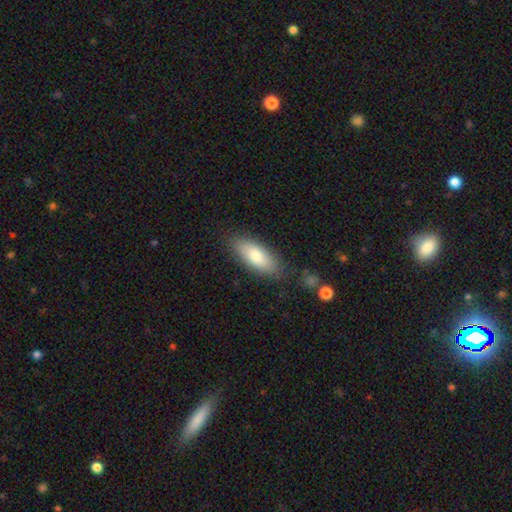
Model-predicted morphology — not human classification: Q: Smooth or featured?
A: smooth (79%); runner-up: featured or disk (15%)
Q: How rounded?
A: in between (74%); runner-up: cigar-shaped (24%)
Q: Merging?
A: none (83%); runner-up: minor disturbance (12%)